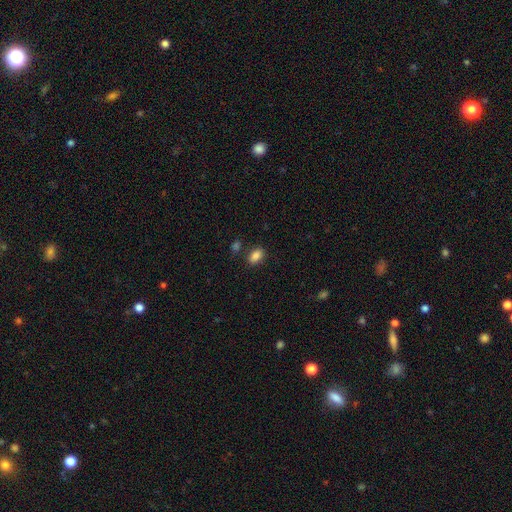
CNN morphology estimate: Overall: smooth (86%). How rounded: in between (85%). Merging: none (82%).